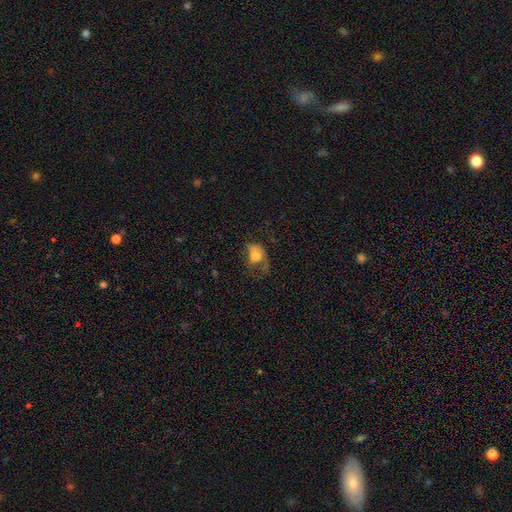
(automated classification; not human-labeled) smooth-or-featured: smooth: 60% | featured or disk: 32% | star or artifact: 9%
  how-rounded: in between: 67% | round: 31% | cigar-shaped: 2%
  merging: major disturbance: 48% | minor disturbance: 25% | none: 24% | merger: 2%